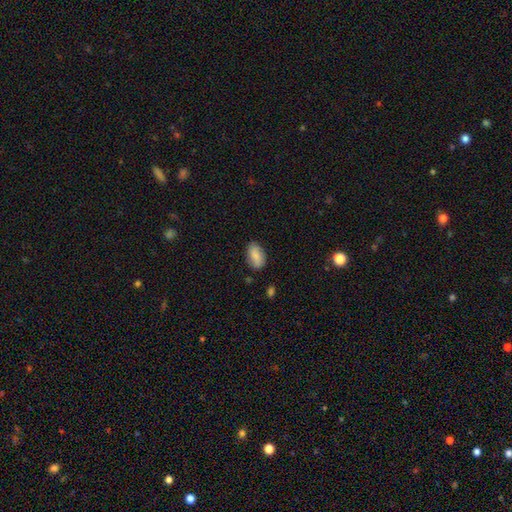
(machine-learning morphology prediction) Smooth or featured? smooth (84%)
How rounded? in between (93%)
Merging? none (82%)